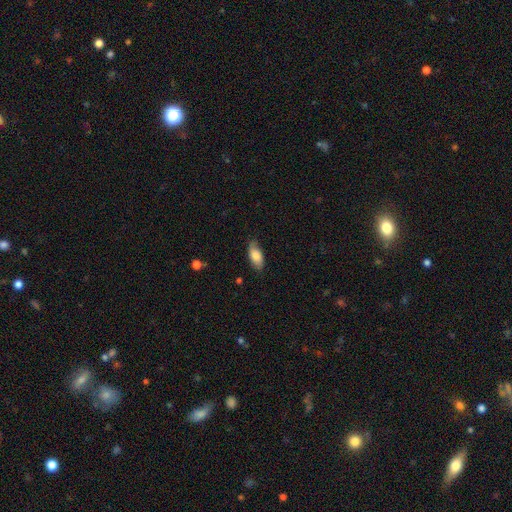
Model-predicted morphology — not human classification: Overall: smooth (80%). How rounded: in between (88%). Merging: none (78%).